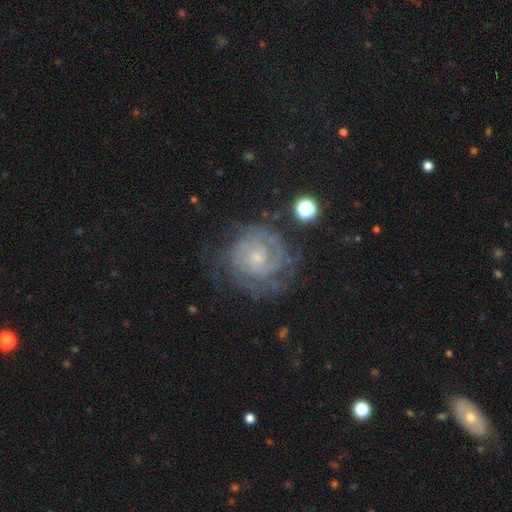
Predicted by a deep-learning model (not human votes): smooth-or-featured: featured or disk: 81% | smooth: 11% | star or artifact: 8%
  disk-edge-on: no: 98% | yes: 2%
    bar: no: 68% | weak: 28% | strong: 4%
    has-spiral-arms: yes: 94% | no: 6%
      spiral-winding: tight: 70% | medium: 24% | loose: 5%
      spiral-arm-count: can't tell: 34% | 2: 33% | 3: 16% | 4: 6% | 1: 6% | more than 4: 4%
    bulge-size: small: 61% | moderate: 28% | none: 8% | large: 2% | dominant: 1%
  merging: none: 70% | minor disturbance: 18% | major disturbance: 10% | merger: 2%